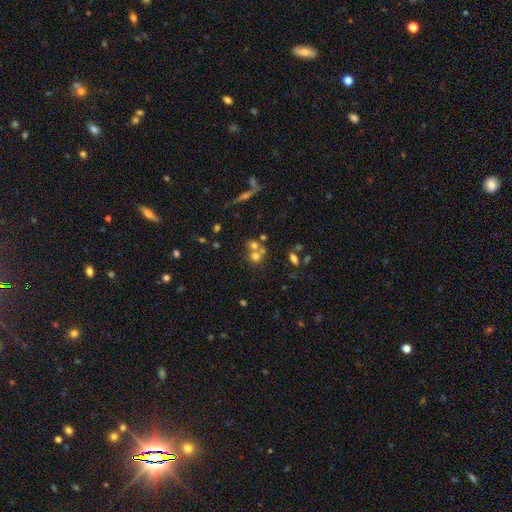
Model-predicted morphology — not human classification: Smooth or featured: smooth — 61% (featured or disk — 21%)
How rounded: round — 77% (in between — 21%)
Merging: merger — 50% (none — 39%)